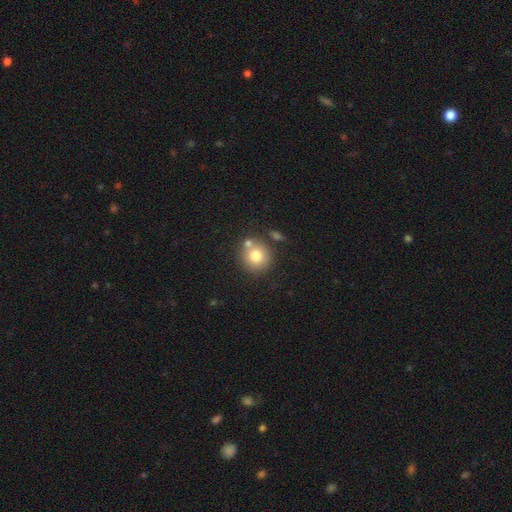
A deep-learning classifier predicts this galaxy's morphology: The model was most divided on "merging": none: 67%, merger: 19%, minor disturbance: 11%, major disturbance: 3%. More confident: how rounded — round (90%); smooth or featured — smooth (77%).